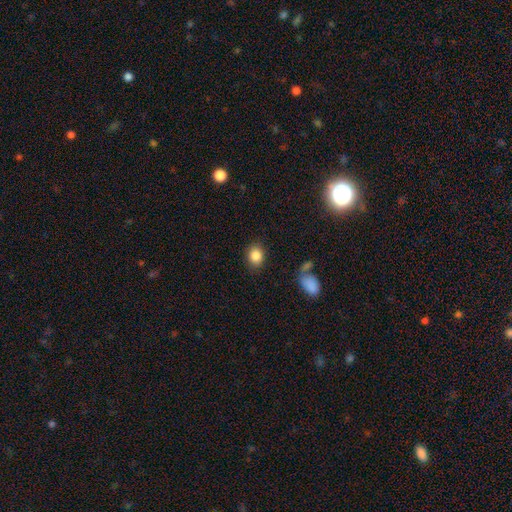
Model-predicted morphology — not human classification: Overall: smooth (85%). How rounded: round (53%; in between 46%). Merging: none (83%).